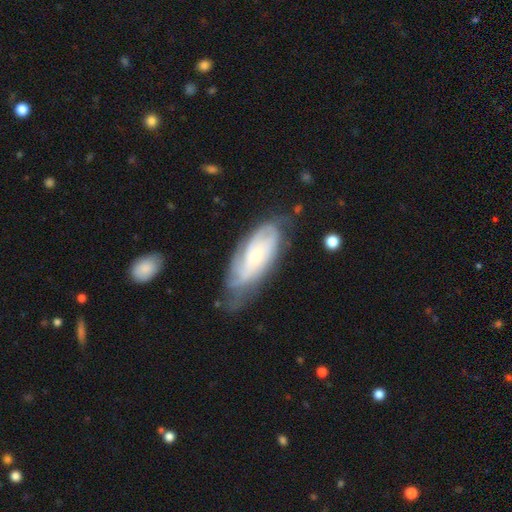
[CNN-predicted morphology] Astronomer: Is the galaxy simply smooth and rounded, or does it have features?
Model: featured or disk — 74%.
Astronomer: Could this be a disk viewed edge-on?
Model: no — 89%.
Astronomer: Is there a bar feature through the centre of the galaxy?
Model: no — 70%.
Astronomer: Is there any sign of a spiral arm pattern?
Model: yes — 91%.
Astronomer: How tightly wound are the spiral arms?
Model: tight — 62%.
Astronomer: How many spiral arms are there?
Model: can't tell — 49%.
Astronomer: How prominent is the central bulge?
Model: small — 57% (runner-up: moderate, 36%).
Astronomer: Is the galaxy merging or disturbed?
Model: none — 57%.